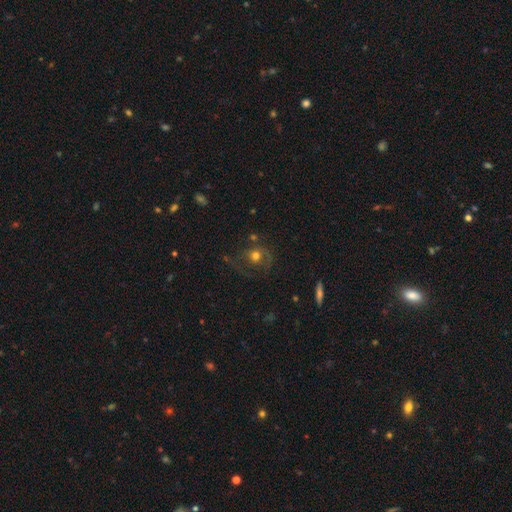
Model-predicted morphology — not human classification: The model was most divided on "smooth or featured" (2-way tie): featured or disk: 43%, smooth: 43%, star or artifact: 14%. More confident: merging — none (52%).